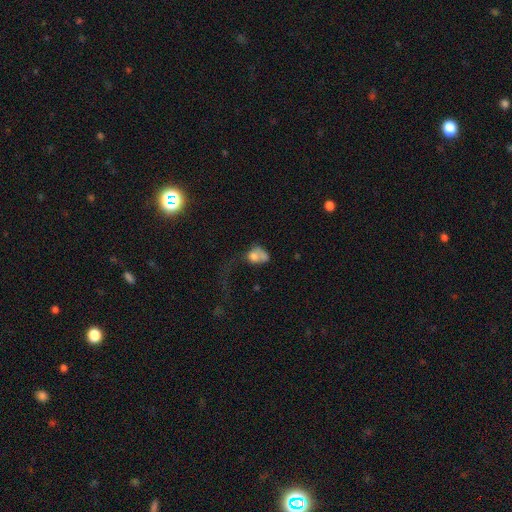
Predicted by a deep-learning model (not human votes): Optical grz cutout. It shows a smooth galaxy with no disk features (65%) that is in between round and cigar-shaped (63%). Merging: major disturbance (40%).